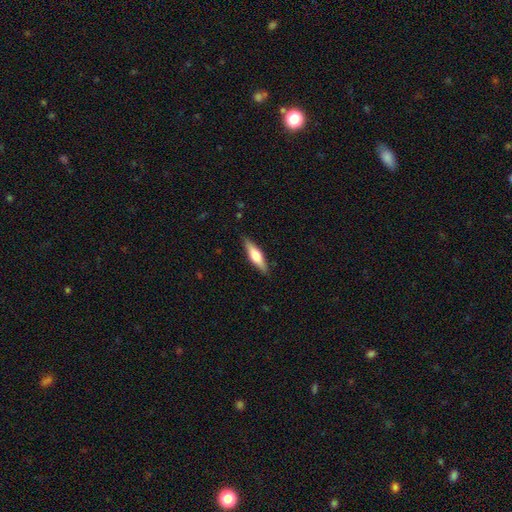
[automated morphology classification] Smooth or featured: smooth — 48% (featured or disk — 47%)
Merging: none — 88% (minor disturbance — 9%)